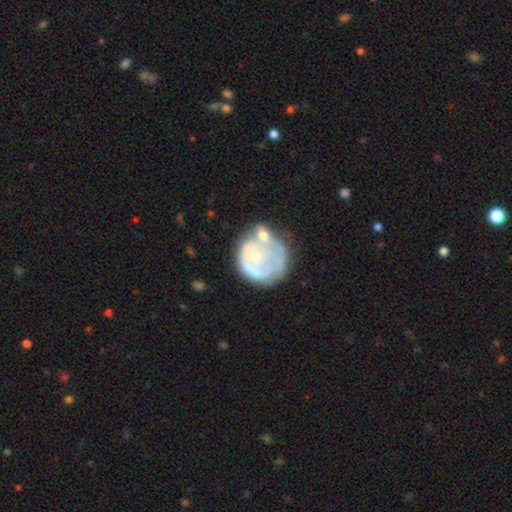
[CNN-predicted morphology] Overall: featured or disk (61%; smooth 31%). Edge-on disk: no (98%). Bar: no (84%). Spiral arms: no (64%; yes 36%). Bulge size: small (57%; none 24%). Merging: none (42%; minor disturbance 21%).